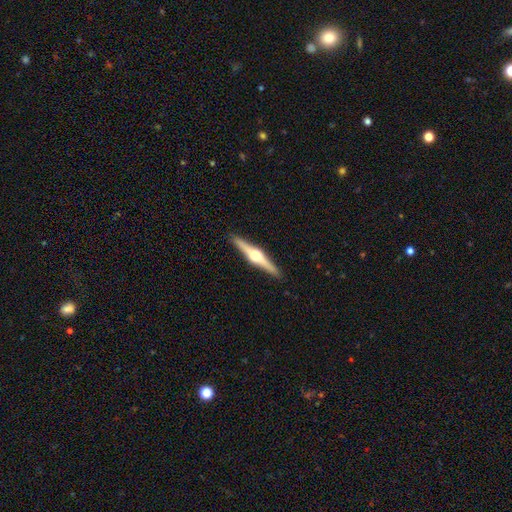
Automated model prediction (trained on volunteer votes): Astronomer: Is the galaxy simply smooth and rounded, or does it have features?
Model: featured or disk — 80%.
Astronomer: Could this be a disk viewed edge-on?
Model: yes — 98%.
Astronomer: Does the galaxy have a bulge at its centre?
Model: rounded — 95%.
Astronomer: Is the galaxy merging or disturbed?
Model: none — 92%.